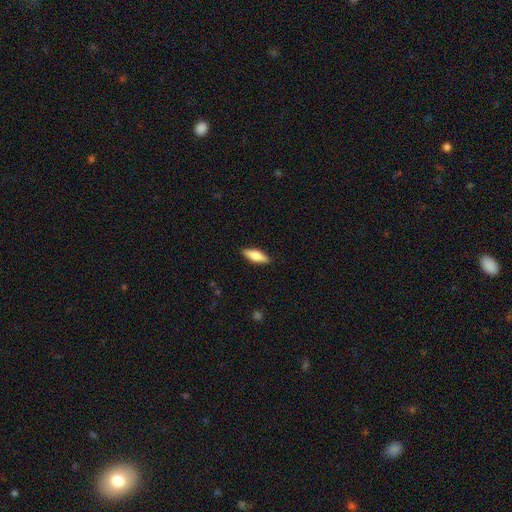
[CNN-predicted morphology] smooth-or-featured: smooth: 72% | featured or disk: 22% | star or artifact: 6%
  how-rounded: in between: 55% | cigar-shaped: 43% | round: 2%
  merging: none: 89% | minor disturbance: 8% | major disturbance: 2% | merger: 1%